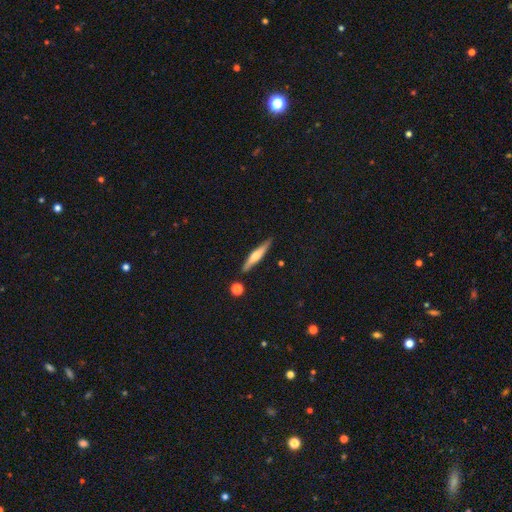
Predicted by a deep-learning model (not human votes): Morphology: type=featured or disk (52%); edge-on=yes (95%); merging=none (85%).